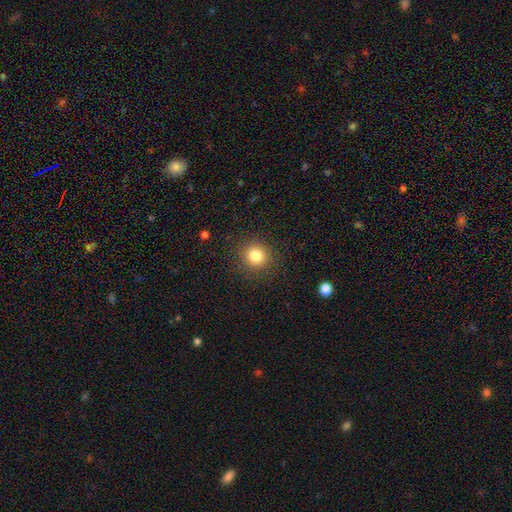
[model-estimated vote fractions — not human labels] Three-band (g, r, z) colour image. It shows a smooth galaxy with no disk features (81%) that is round (91%). Merging: none (90%).